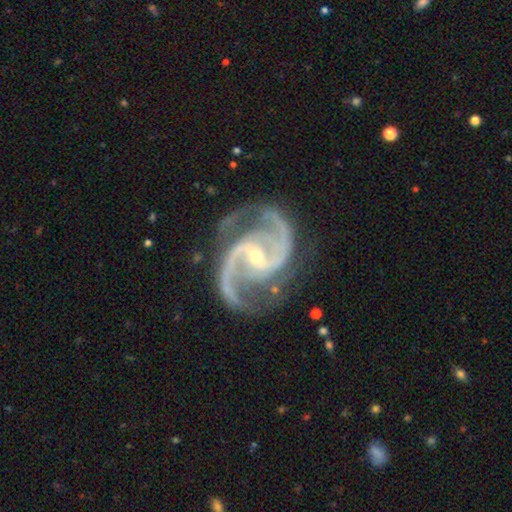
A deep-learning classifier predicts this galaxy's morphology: Smooth or featured?
  - featured or disk: 94% *
  - star or artifact: 4%
  - smooth: 2%
Edge-on disk?
  - no: 98% *
  - yes: 2%
Bar?
  - weak: 39% *
  - no: 33%
  - strong: 29%
Spiral arms?
  - yes: 99% *
  - no: 1%
Spiral winding?
  - medium: 66% *
  - tight: 18%
  - loose: 16%
Spiral arm count?
  - 2: 88% *
  - 3: 5%
  - can't tell: 2%
  - 4: 2%
  - 1: 2%
  - more than 4: 2%
Bulge size?
  - small: 68% *
  - moderate: 30%
  - large: 1%
  - none: 1%
  - dominant: 1%
Merging?
  - none: 76% *
  - minor disturbance: 15%
  - major disturbance: 7%
  - merger: 2%